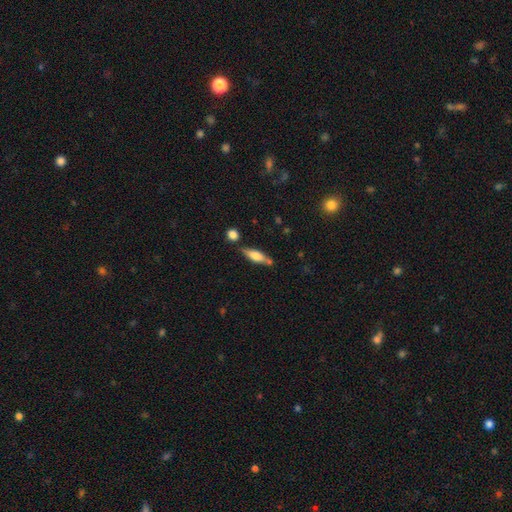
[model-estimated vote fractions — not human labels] smooth 60%, featured or disk 33%, star or artifact 7%. Down the decision tree: how rounded — cigar-shaped (50%); merging — none (68%).